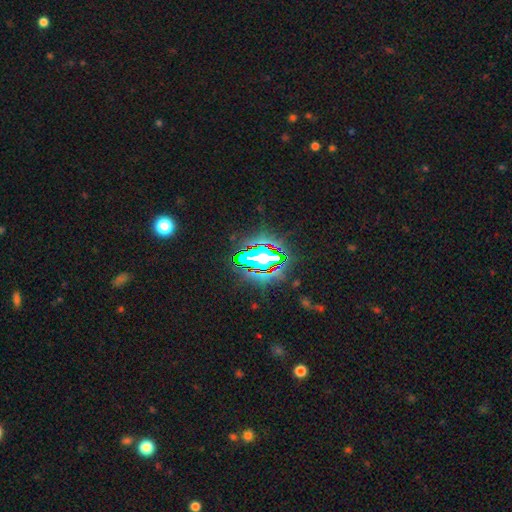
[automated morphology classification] Smooth or featured?
  - star or artifact: 73% *
  - smooth: 15%
  - featured or disk: 12%